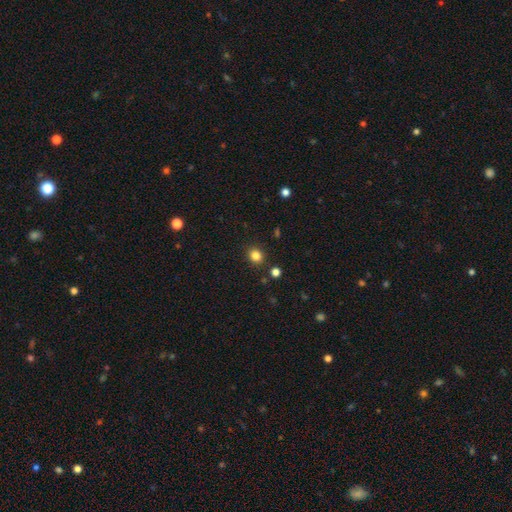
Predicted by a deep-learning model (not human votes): Smooth or featured: smooth — 83% (star or artifact — 13%)
How rounded: round — 71% (in between — 28%)
Merging: none — 87% (minor disturbance — 7%)